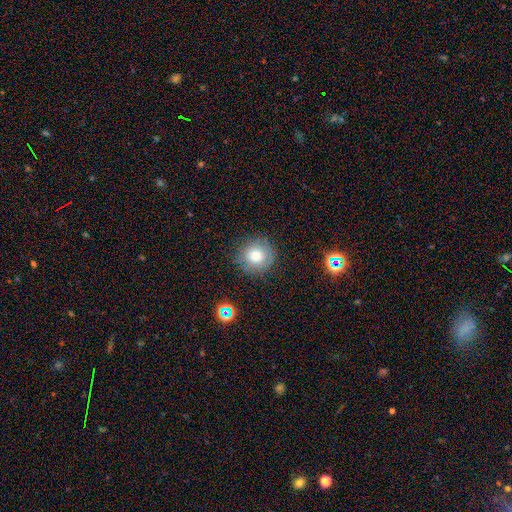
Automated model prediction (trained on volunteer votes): Smooth or featured: smooth — 73% (featured or disk — 14%)
How rounded: round — 91% (in between — 8%)
Merging: none — 82% (minor disturbance — 12%)